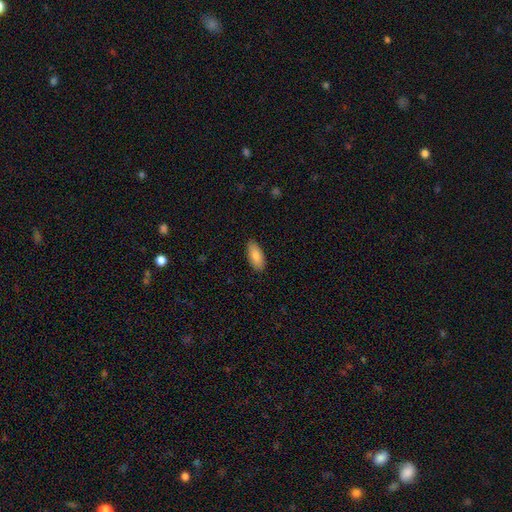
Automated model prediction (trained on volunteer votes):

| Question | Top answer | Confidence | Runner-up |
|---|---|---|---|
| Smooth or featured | smooth | 86% | featured or disk (8%) |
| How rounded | in between | 91% | cigar-shaped (7%) |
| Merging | none | 87% | minor disturbance (10%) |